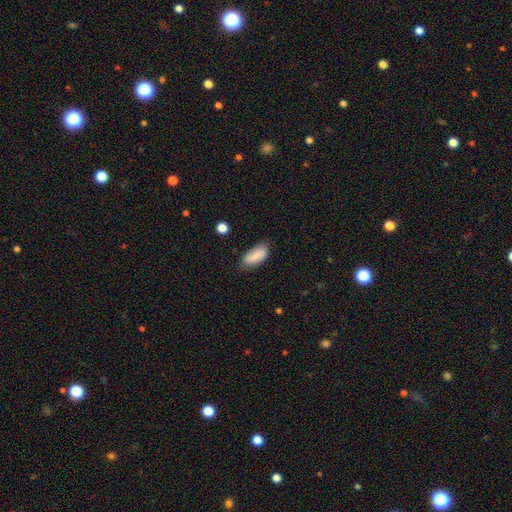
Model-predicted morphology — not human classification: Smooth or featured?
  - smooth: 80% *
  - featured or disk: 13%
  - star or artifact: 7%
How rounded?
  - in between: 84% *
  - cigar-shaped: 14%
  - round: 2%
Merging?
  - none: 72% *
  - minor disturbance: 22%
  - major disturbance: 4%
  - merger: 2%